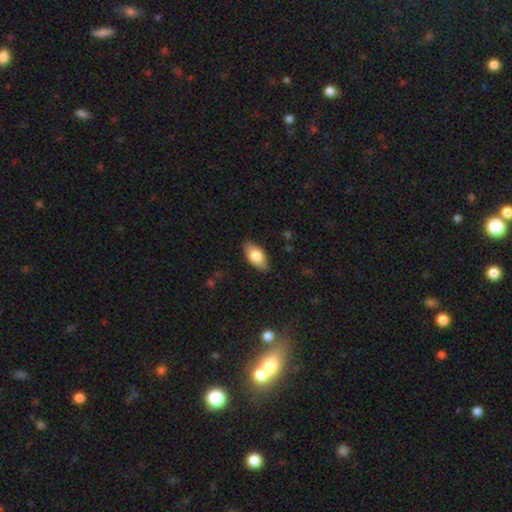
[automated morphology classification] Smooth or featured: smooth — 76% (featured or disk — 18%)
How rounded: in between — 90% (cigar-shaped — 6%)
Merging: none — 86% (minor disturbance — 11%)